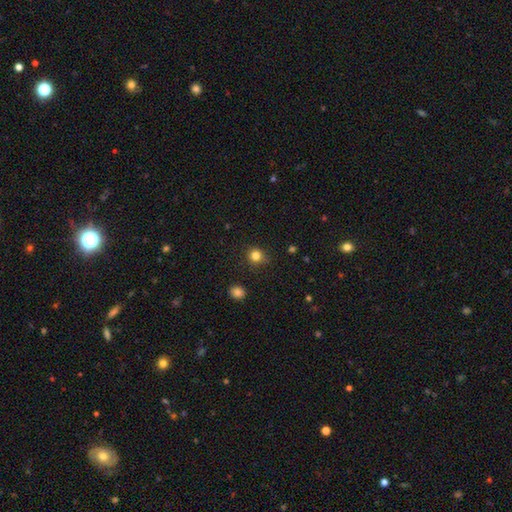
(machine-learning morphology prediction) Smooth or featured? Predicted: smooth (p=0.82). How rounded? Predicted: round (p=0.88). Merging? Predicted: none (p=0.83).